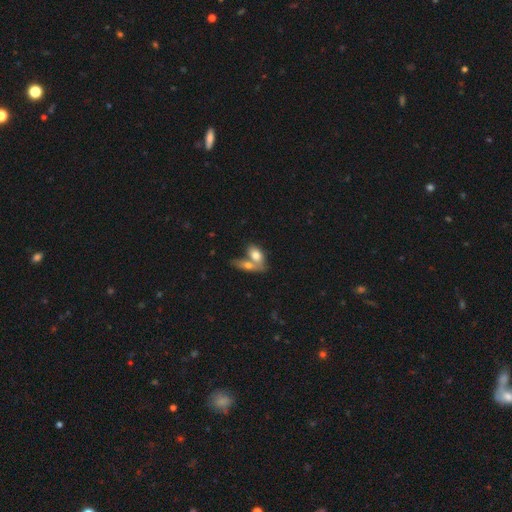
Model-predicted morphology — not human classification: Smooth or featured?
  - smooth: 74% *
  - featured or disk: 20%
  - star or artifact: 6%
How rounded?
  - in between: 87% *
  - round: 7%
  - cigar-shaped: 6%
Merging?
  - merger: 61% *
  - none: 27%
  - minor disturbance: 8%
  - major disturbance: 4%